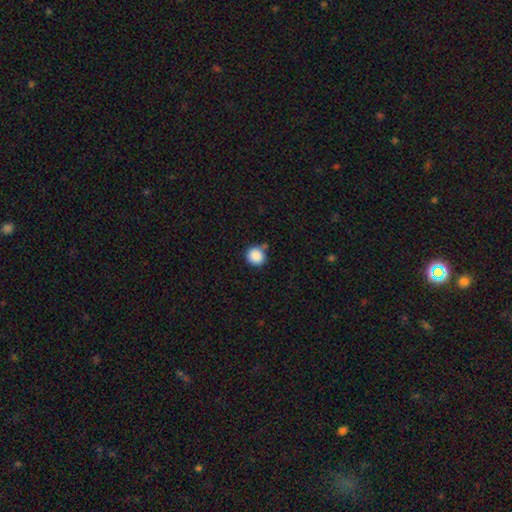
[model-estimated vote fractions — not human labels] Morphology: type=smooth (88%); roundness=round (89%); merging=none (74%).